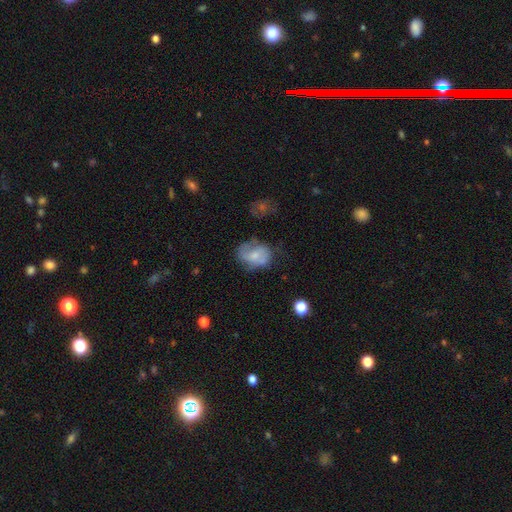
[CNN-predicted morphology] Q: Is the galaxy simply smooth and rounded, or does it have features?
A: featured or disk — 48%.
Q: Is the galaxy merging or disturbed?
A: none — 50%.